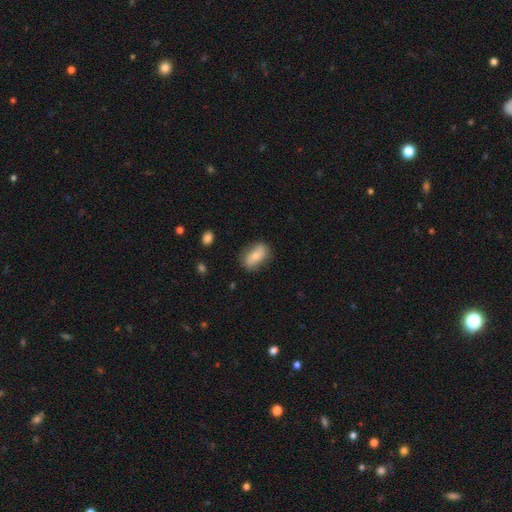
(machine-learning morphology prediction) Smooth or featured? smooth (68%)
How rounded? in between (87%)
Merging? none (78%)